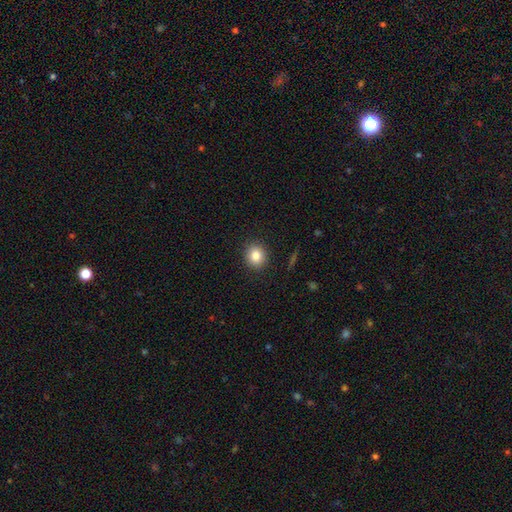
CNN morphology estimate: Smooth or featured? smooth (83%)
How rounded? round (80%)
Merging? none (90%)